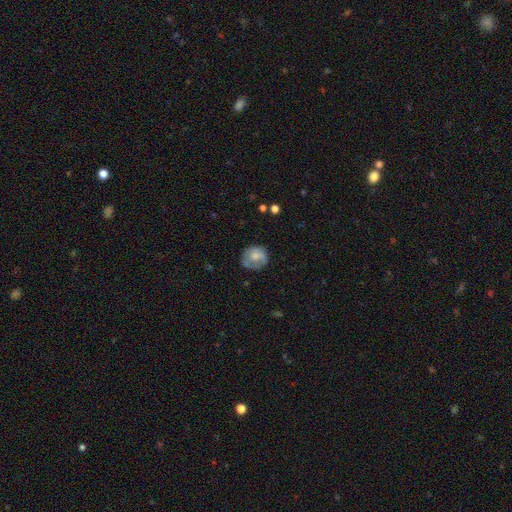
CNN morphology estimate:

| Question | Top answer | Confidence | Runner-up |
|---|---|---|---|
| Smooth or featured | smooth | 61% | featured or disk (32%) |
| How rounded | round | 81% | in between (18%) |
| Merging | none | 62% | minor disturbance (25%) |